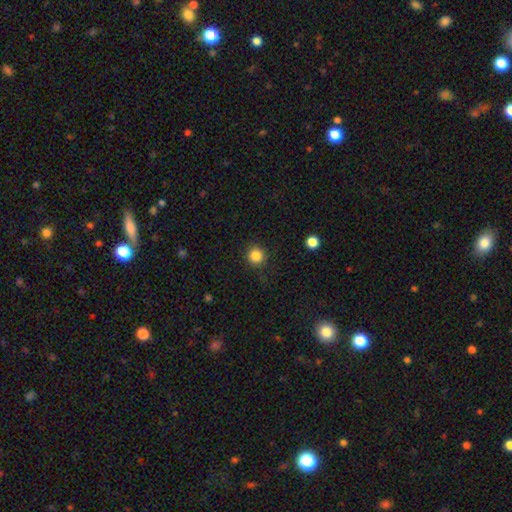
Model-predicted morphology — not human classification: Overall: smooth (85%). How rounded: round (94%). Merging: none (89%).